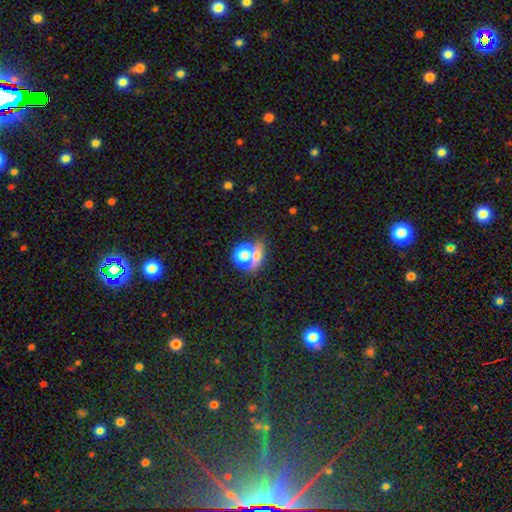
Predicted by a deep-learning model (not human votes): Smooth or featured: smooth — 65% (featured or disk — 21%)
How rounded: round — 53% (in between — 45%)
Merging: merger — 60% (none — 26%)